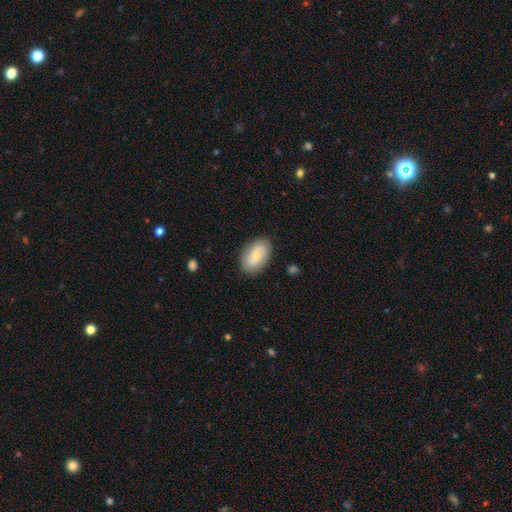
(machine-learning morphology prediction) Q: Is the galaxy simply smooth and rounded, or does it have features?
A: smooth — 71%.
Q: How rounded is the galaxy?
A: in between — 92%.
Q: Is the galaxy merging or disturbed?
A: none — 85%.